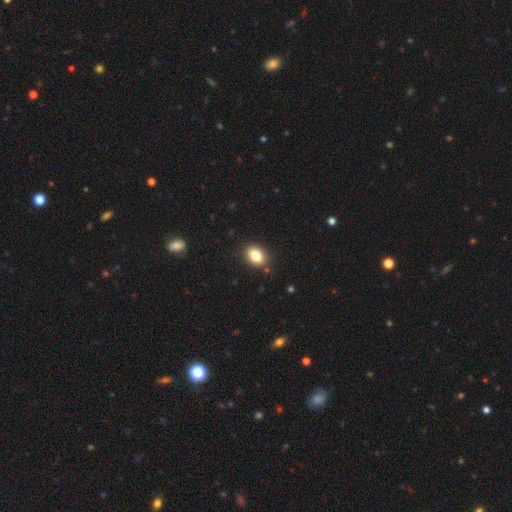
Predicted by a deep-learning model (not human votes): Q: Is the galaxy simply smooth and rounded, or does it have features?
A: smooth — 84%.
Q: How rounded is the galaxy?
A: in between — 77%.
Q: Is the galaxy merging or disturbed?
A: none — 87%.